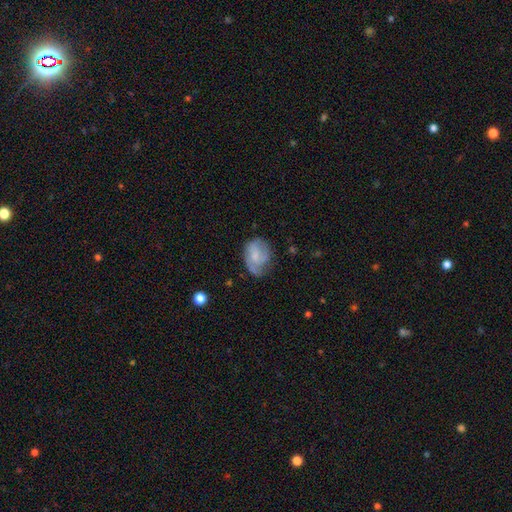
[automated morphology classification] The model was most divided on "smooth or featured": featured or disk: 51%, smooth: 41%, star or artifact: 8%. Remaining: edge-on disk — no (97%); merging — none (48%).